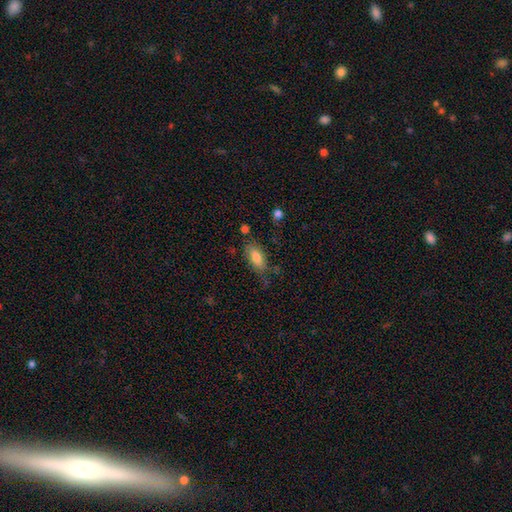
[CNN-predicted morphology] A smooth galaxy with no disk features (79%) that is in between round and cigar-shaped (85%). Merging: none (65%).